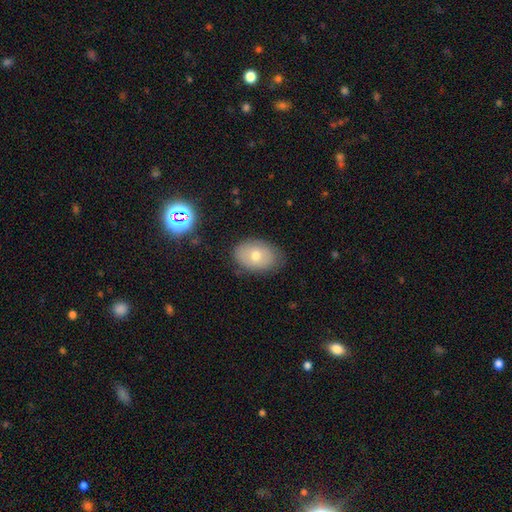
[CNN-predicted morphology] Smooth or featured? Predicted: smooth (p=0.66). How rounded? Predicted: in between (p=0.81). Merging? Predicted: none (p=0.79).